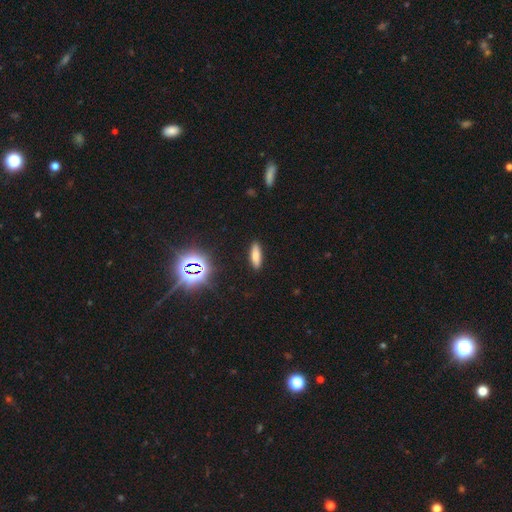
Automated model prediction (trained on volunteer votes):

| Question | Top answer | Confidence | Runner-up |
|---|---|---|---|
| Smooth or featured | smooth | 74% | star or artifact (16%) |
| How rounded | cigar-shaped | 49% | in between (48%) |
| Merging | none | 89% | minor disturbance (7%) |